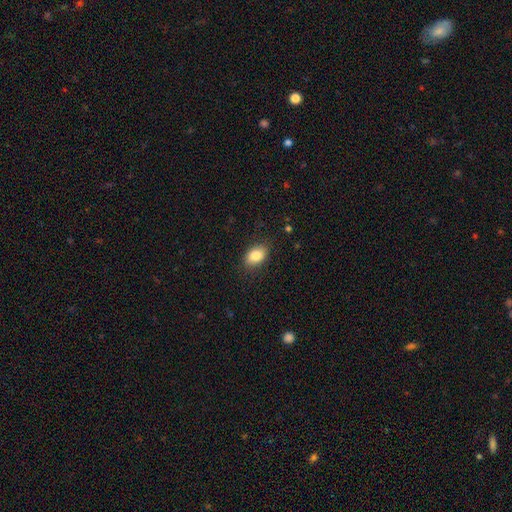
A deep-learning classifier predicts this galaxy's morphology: Q: Smooth or featured?
A: smooth (84%); runner-up: star or artifact (8%)
Q: How rounded?
A: in between (85%); runner-up: round (13%)
Q: Merging?
A: none (85%); runner-up: minor disturbance (11%)